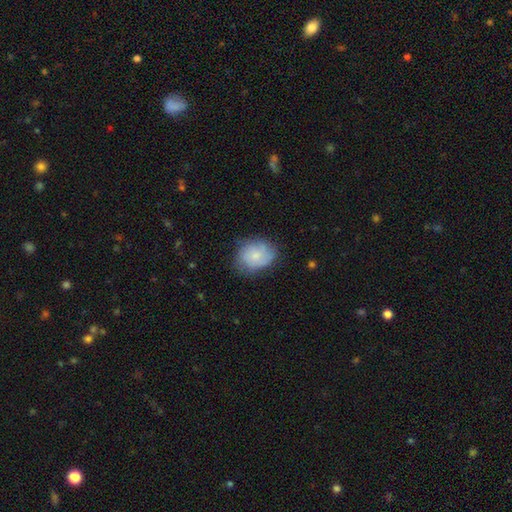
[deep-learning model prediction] smooth_or_featured: smooth (p=0.64) [alt: featured or disk p=0.29]
how_rounded: in between (p=0.54) [alt: round p=0.45]
merging: none (p=0.65) [alt: minor disturbance p=0.25]